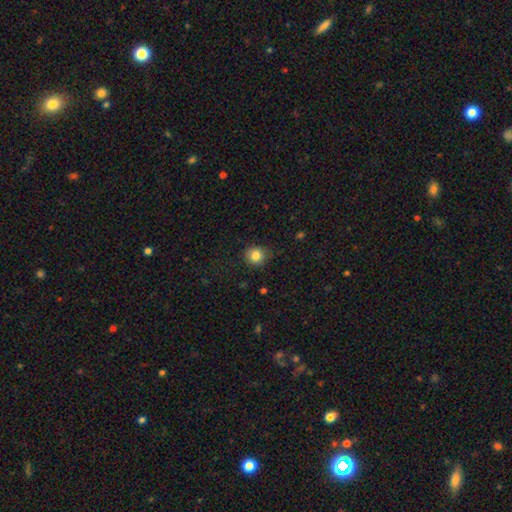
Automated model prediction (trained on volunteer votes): This is clearly a smooth galaxy (84%). How rounded: clearly round (89%). Merging: clearly none (84%).